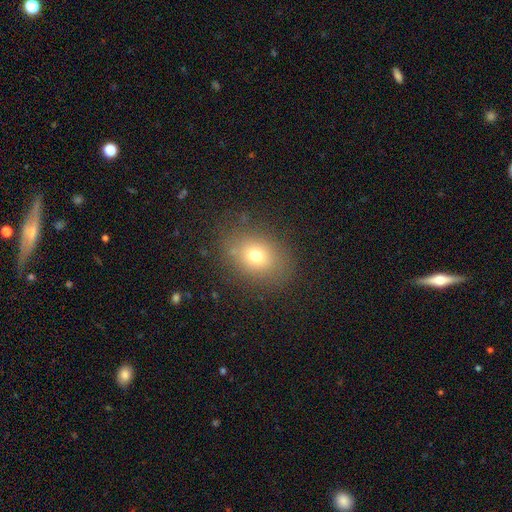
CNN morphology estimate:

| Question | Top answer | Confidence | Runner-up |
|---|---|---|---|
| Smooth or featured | smooth | 72% | star or artifact (15%) |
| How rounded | in between | 57% | round (42%) |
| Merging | none | 80% | minor disturbance (13%) |